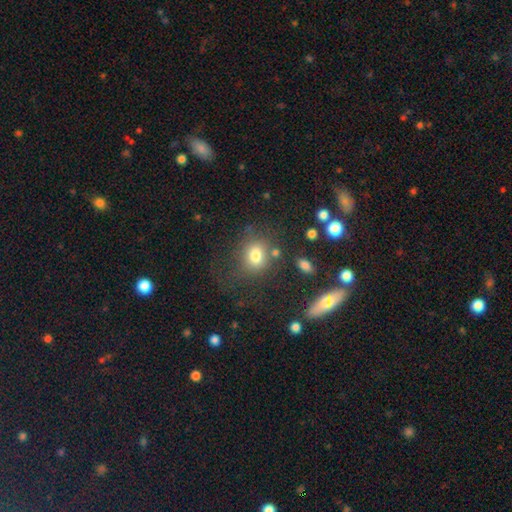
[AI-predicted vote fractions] Q: Smooth or featured?
A: smooth (76%); runner-up: star or artifact (13%)
Q: How rounded?
A: round (56%); runner-up: in between (42%)
Q: Merging?
A: none (60%); runner-up: minor disturbance (18%)